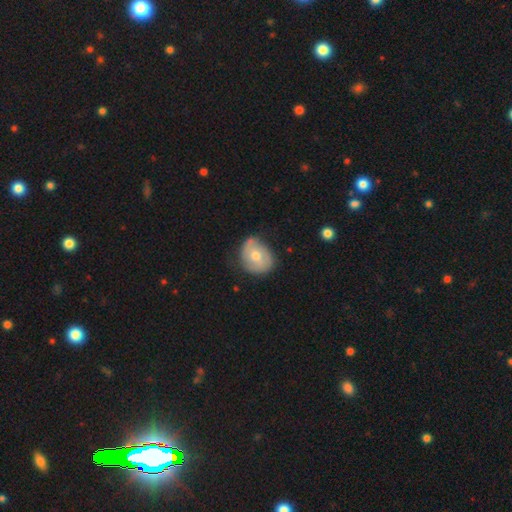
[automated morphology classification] This appears to be a smooth galaxy with no disk features (55%) that is round (62%). Merging: none (62%).